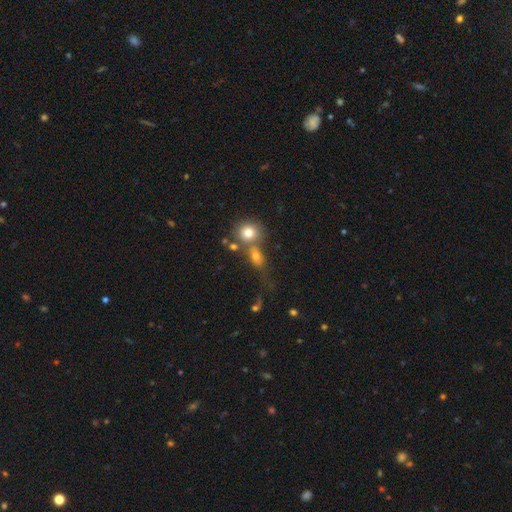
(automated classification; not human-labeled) Smooth or featured: smooth — 71% (featured or disk — 15%)
How rounded: in between — 48% (round — 46%)
Merging: merger — 41% (none — 36%)